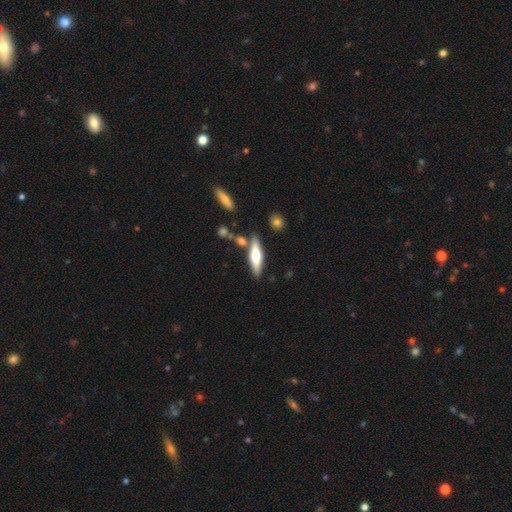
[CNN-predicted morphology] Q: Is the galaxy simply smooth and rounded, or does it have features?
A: smooth — 48%.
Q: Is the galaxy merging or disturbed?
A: none — 76%.